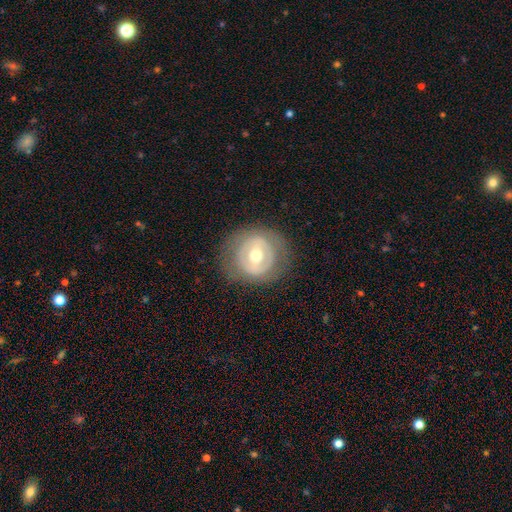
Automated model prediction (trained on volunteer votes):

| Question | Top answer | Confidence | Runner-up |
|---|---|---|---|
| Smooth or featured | featured or disk | 60% | smooth (34%) |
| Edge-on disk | no | 95% | yes (5%) |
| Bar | no | 39% | weak (36%) |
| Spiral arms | no | 81% | yes (19%) |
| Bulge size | moderate | 70% | small (22%) |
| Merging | none | 80% | minor disturbance (12%) |